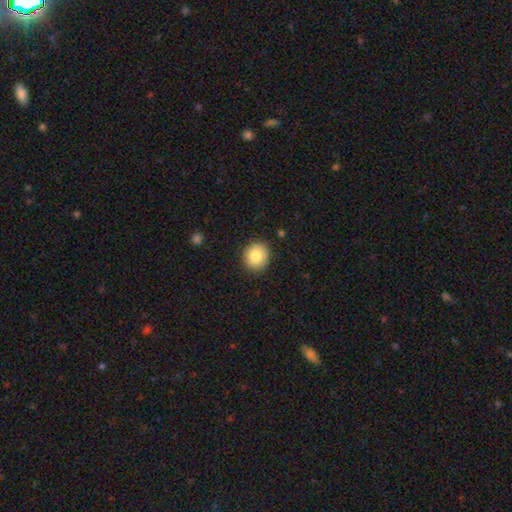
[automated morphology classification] smooth_or_featured: smooth (p=0.81) [alt: featured or disk p=0.11]
how_rounded: round (p=0.86) [alt: in between p=0.13]
merging: none (p=0.90) [alt: minor disturbance p=0.07]